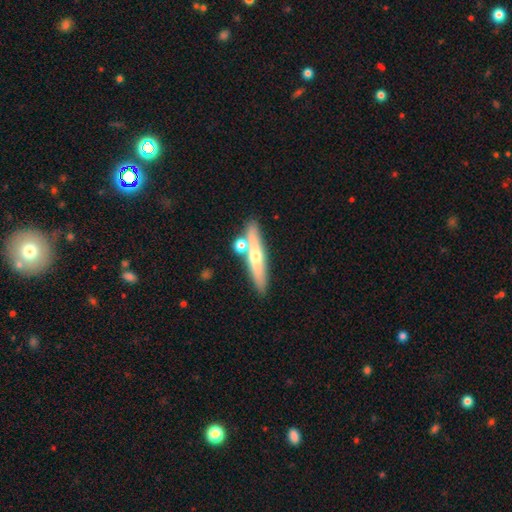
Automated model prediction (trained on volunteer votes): featured or disk 51%, smooth 42%, star or artifact 7%. Down the decision tree: edge-on disk — yes (87%); merging — none (73%).